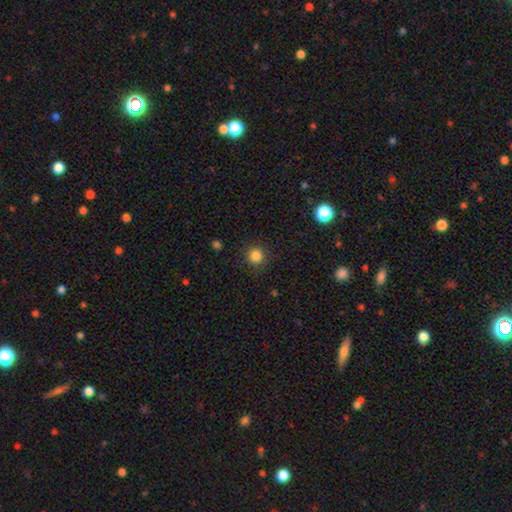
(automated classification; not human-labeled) smooth-or-featured: smooth: 84% | star or artifact: 12% | featured or disk: 4%
  how-rounded: round: 94% | in between: 5% | cigar-shaped: 1%
  merging: none: 90% | minor disturbance: 7% | major disturbance: 3% | merger: 1%